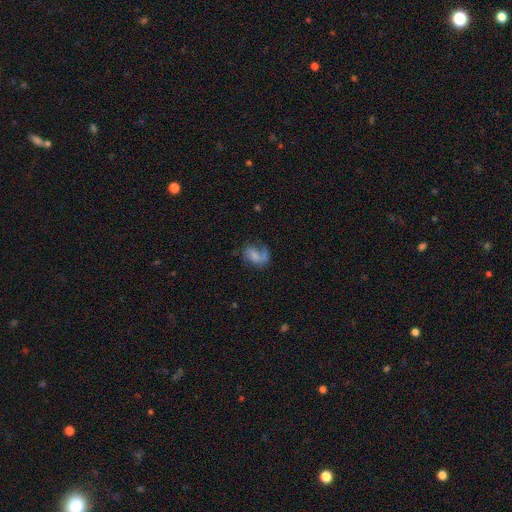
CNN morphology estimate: Smooth or featured? featured or disk (52%)
Edge-on disk? no (97%)
Bar? no (57%)
Spiral arms? yes (80%)
Bulge size? none (39%)
Merging? none (42%)